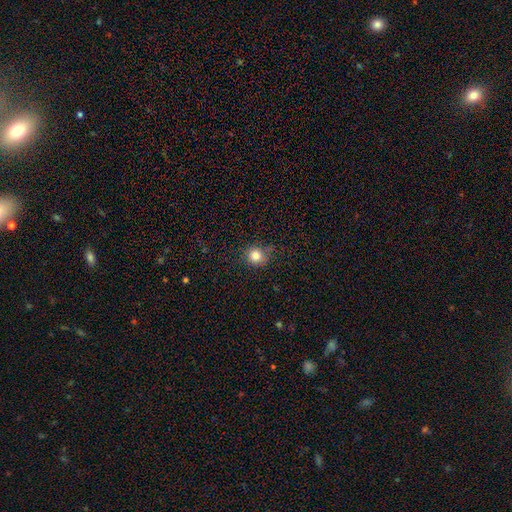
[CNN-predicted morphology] Q: Smooth or featured?
A: smooth (82%); runner-up: star or artifact (12%)
Q: How rounded?
A: round (86%); runner-up: in between (13%)
Q: Merging?
A: none (78%); runner-up: minor disturbance (17%)